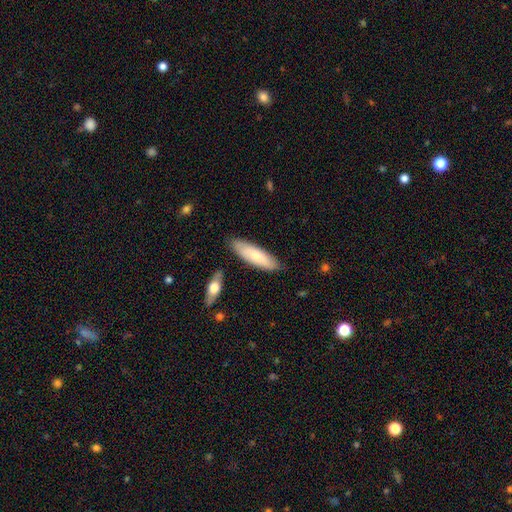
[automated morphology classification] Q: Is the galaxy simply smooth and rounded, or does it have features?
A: smooth — 70%.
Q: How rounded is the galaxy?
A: cigar-shaped — 54%.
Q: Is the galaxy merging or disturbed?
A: none — 82%.